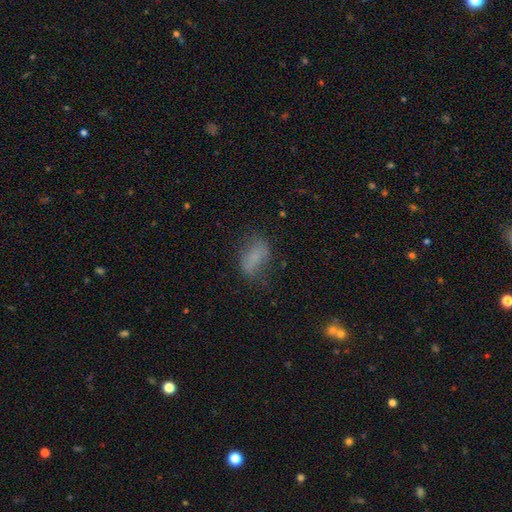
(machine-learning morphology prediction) Smooth or featured? Predicted: smooth (p=0.64). How rounded? Predicted: in between (p=0.85). Merging? Predicted: none (p=0.55).